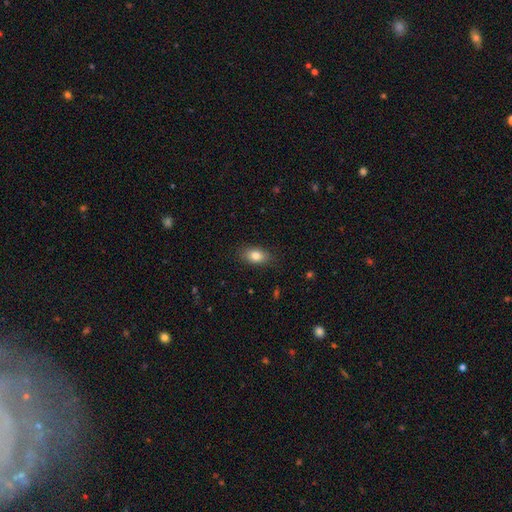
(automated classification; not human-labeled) smooth-or-featured: smooth: 82% | featured or disk: 10% | star or artifact: 8%
  how-rounded: in between: 87% | round: 9% | cigar-shaped: 4%
  merging: none: 86% | minor disturbance: 11% | major disturbance: 3% | merger: 1%